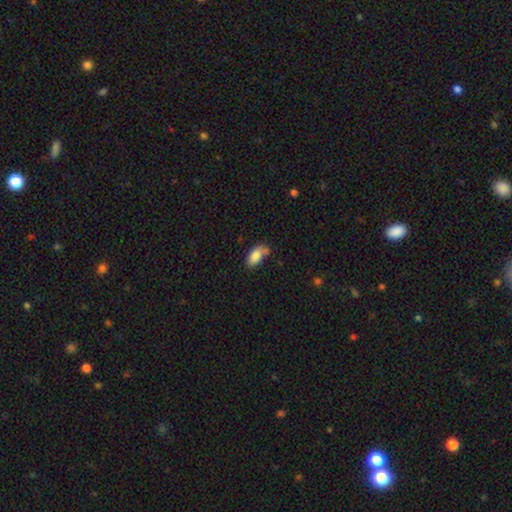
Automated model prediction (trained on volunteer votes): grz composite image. It shows a smooth galaxy with no disk features (83%) that is in between round and cigar-shaped (90%). Merging: none (53%).